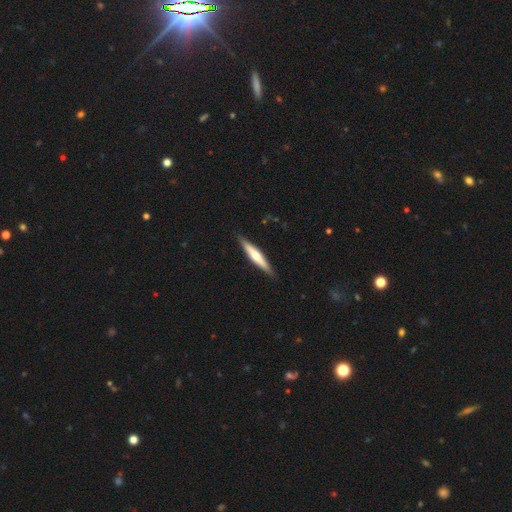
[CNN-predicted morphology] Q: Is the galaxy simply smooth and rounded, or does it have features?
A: featured or disk — 50%.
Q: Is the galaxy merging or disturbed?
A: none — 89%.